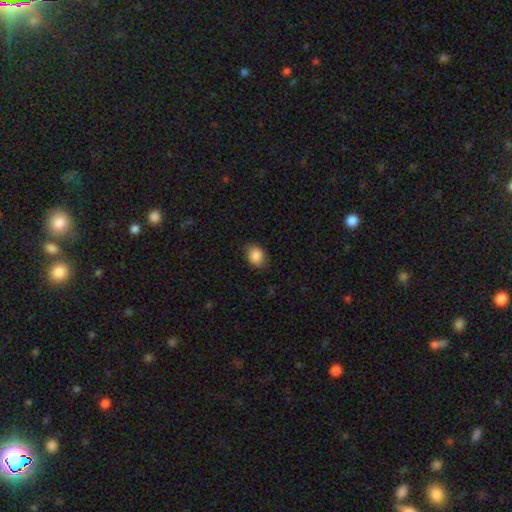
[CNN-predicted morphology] Q: Smooth or featured?
A: smooth (88%); runner-up: star or artifact (8%)
Q: How rounded?
A: in between (62%); runner-up: round (37%)
Q: Merging?
A: none (83%); runner-up: minor disturbance (13%)